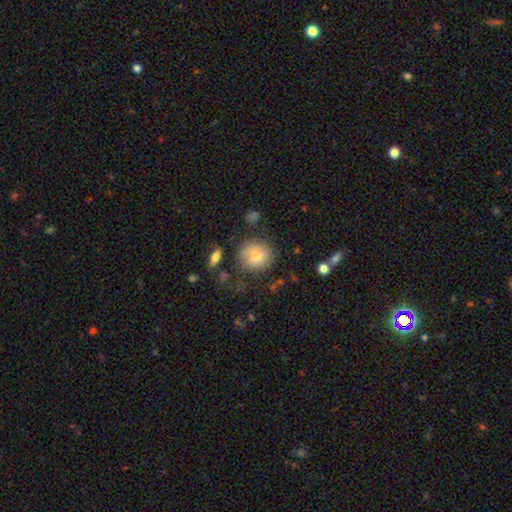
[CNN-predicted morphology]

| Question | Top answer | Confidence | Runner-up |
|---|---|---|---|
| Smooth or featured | smooth | 76% | featured or disk (15%) |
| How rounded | round | 86% | in between (13%) |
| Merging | none | 76% | minor disturbance (16%) |